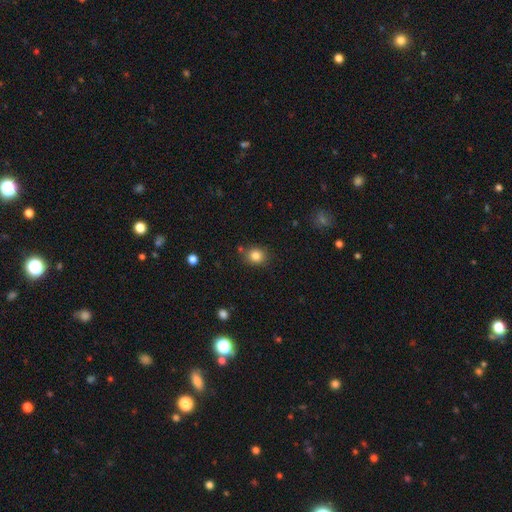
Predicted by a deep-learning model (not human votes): Overall: smooth (83%). How rounded: round (73%). Merging: none (81%).